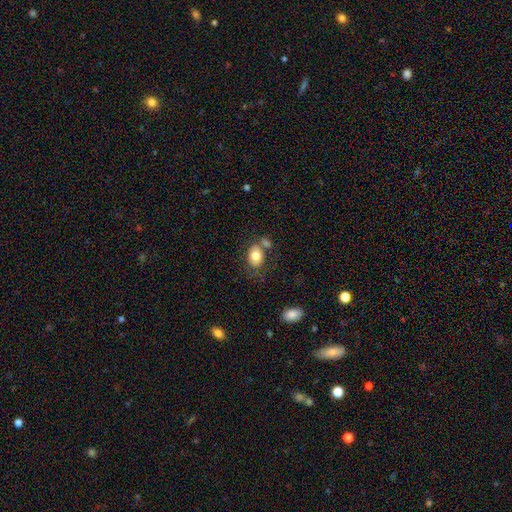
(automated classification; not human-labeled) A smooth galaxy with no disk features (79%) that is in between round and cigar-shaped (75%).

Vote fractions:
- Smooth or featured? smooth: 79% / featured or disk: 13% / star or artifact: 8%
- How rounded? in between: 75% / round: 24% / cigar-shaped: 1%
- Merging? none: 56% / merger: 21% / minor disturbance: 17% / major disturbance: 7%